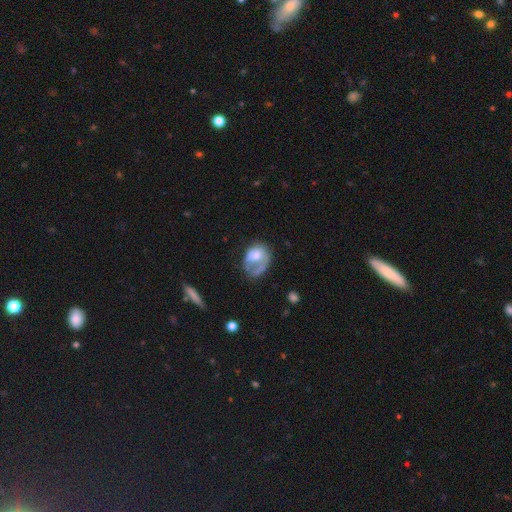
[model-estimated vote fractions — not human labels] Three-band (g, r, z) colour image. It shows a smooth galaxy with no disk features (50%). Merging: major disturbance (42%).